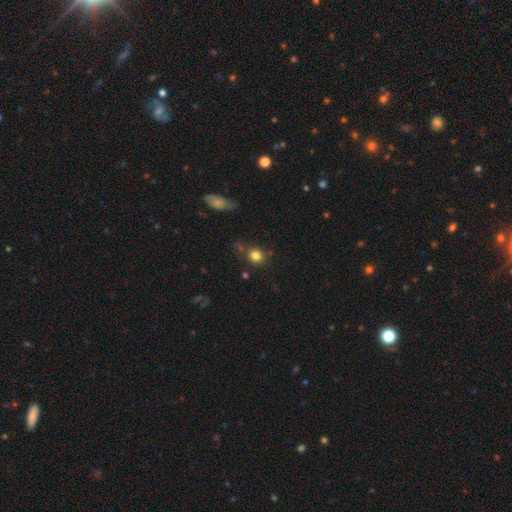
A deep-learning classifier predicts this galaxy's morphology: smooth 80%, star or artifact 13%, featured or disk 7%. Down the decision tree: how rounded — round (79%); merging — none (72%).